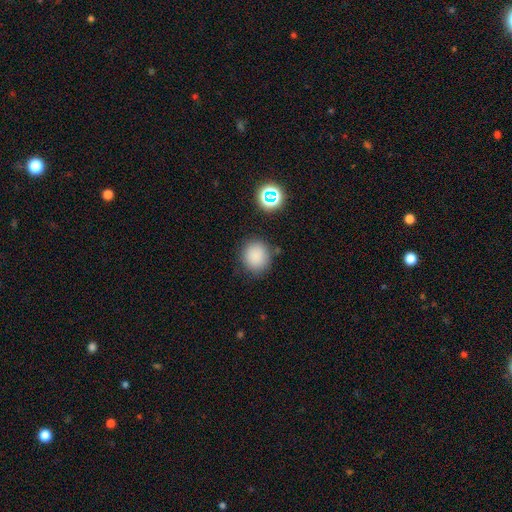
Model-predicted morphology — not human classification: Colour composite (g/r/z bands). It shows a smooth galaxy with no disk features (84%) that is round (83%). Merging: none (81%).